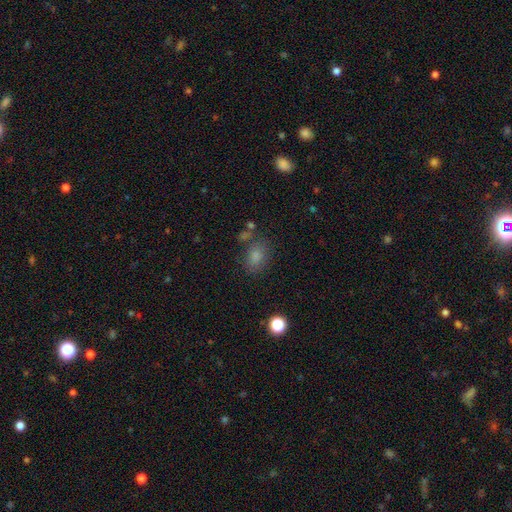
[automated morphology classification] Q: Smooth or featured?
A: smooth (72%); runner-up: star or artifact (20%)
Q: How rounded?
A: in between (64%); runner-up: round (35%)
Q: Merging?
A: none (75%); runner-up: minor disturbance (13%)